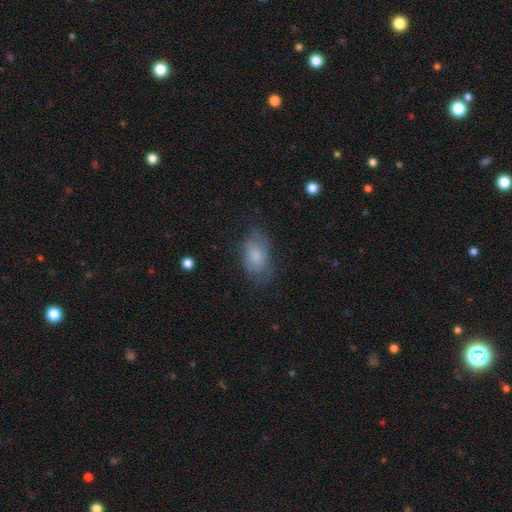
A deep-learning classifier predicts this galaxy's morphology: This is likely a smooth galaxy (72%). How rounded: clearly in between (91%). Merging: likely none (62%).